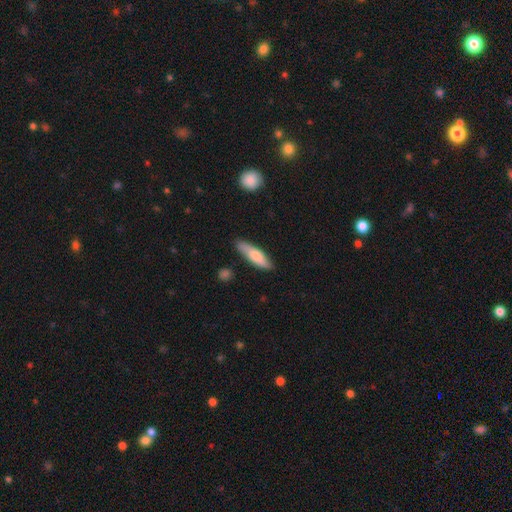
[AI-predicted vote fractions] This is likely a smooth galaxy (72%). How rounded: likely cigar-shaped (62%). Merging: clearly none (81%).